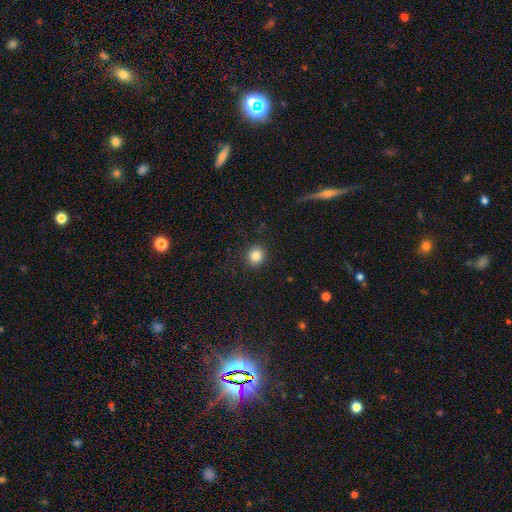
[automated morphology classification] Smooth or featured: smooth — 84% (star or artifact — 11%)
How rounded: round — 87% (in between — 12%)
Merging: none — 91% (minor disturbance — 6%)